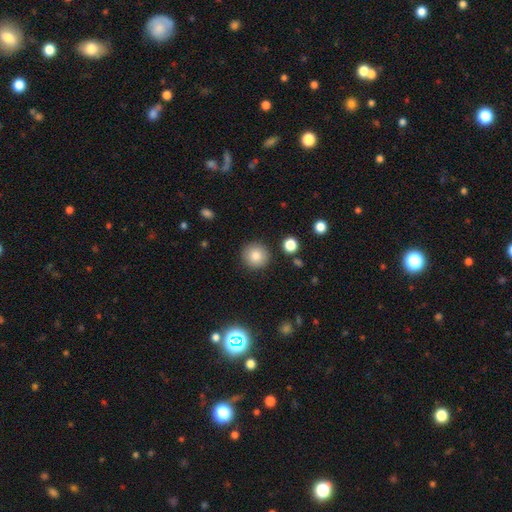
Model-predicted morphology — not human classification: A smooth galaxy with no disk features (83%) that is round (94%).

Vote fractions:
- Smooth or featured? smooth: 83% / star or artifact: 10% / featured or disk: 7%
- How rounded? round: 94% / in between: 5% / cigar-shaped: 1%
- Merging? none: 90% / minor disturbance: 6% / major disturbance: 2% / merger: 2%